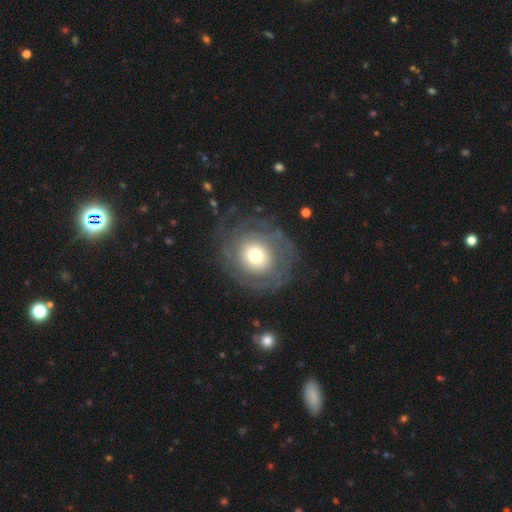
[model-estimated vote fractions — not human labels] Smooth or featured?
  - featured or disk: 71% *
  - smooth: 23%
  - star or artifact: 7%
Edge-on disk?
  - no: 97% *
  - yes: 3%
Bar?
  - no: 84% *
  - weak: 12%
  - strong: 4%
Spiral arms?
  - yes: 79% *
  - no: 21%
Spiral winding?
  - tight: 67% *
  - medium: 22%
  - loose: 12%
Spiral arm count?
  - can't tell: 42% *
  - 2: 23%
  - 3: 12%
  - 4: 8%
  - 1: 8%
  - more than 4: 7%
Bulge size?
  - moderate: 51% *
  - large: 25%
  - small: 18%
  - dominant: 4%
  - none: 1%
Merging?
  - none: 72% *
  - minor disturbance: 14%
  - major disturbance: 13%
  - merger: 2%